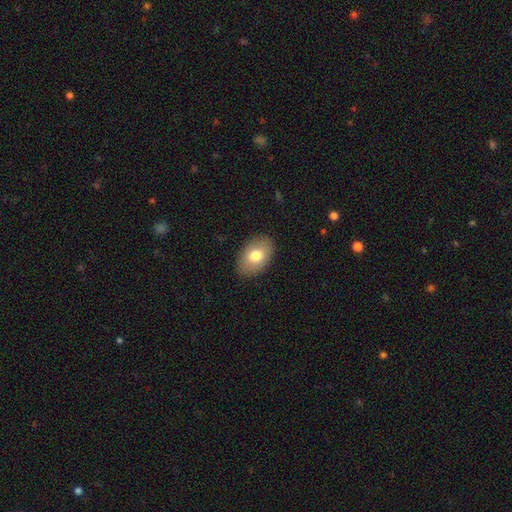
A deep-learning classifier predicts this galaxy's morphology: This is likely a smooth galaxy (77%). How rounded: clearly in between (88%). Merging: clearly none (88%).